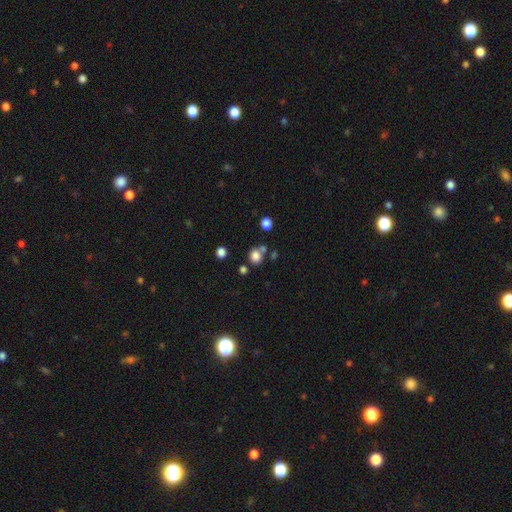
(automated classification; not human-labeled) The model was most divided on "how rounded": round: 70%, in between: 29%, cigar-shaped: 1%. More confident: smooth or featured — smooth (81%); merging — none (63%).